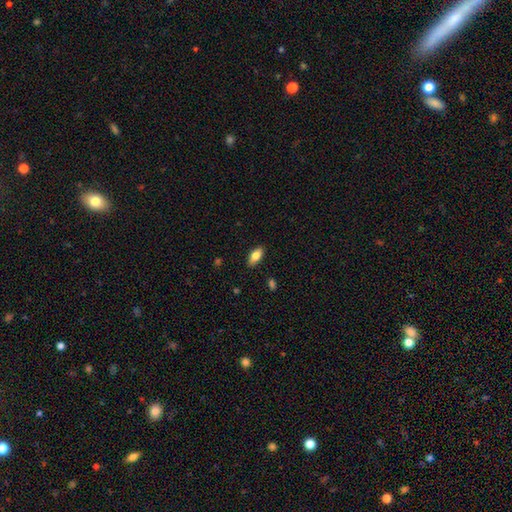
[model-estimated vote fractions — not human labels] Smooth or featured?
  - smooth: 78% *
  - featured or disk: 15%
  - star or artifact: 7%
How rounded?
  - in between: 88% *
  - cigar-shaped: 9%
  - round: 3%
Merging?
  - none: 88% *
  - minor disturbance: 9%
  - major disturbance: 2%
  - merger: 1%